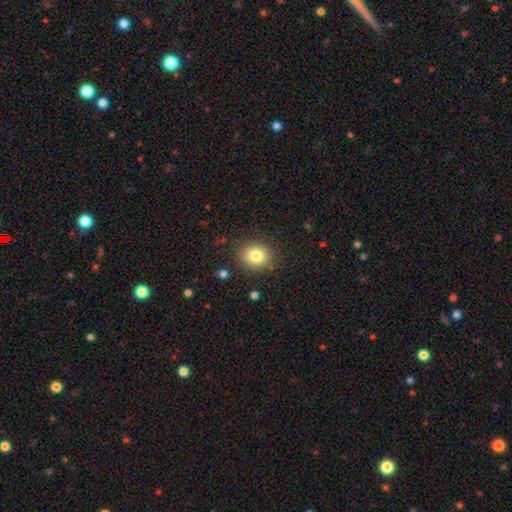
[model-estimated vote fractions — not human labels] Morphology: type=smooth (81%); roundness=round (74%); merging=none (86%).